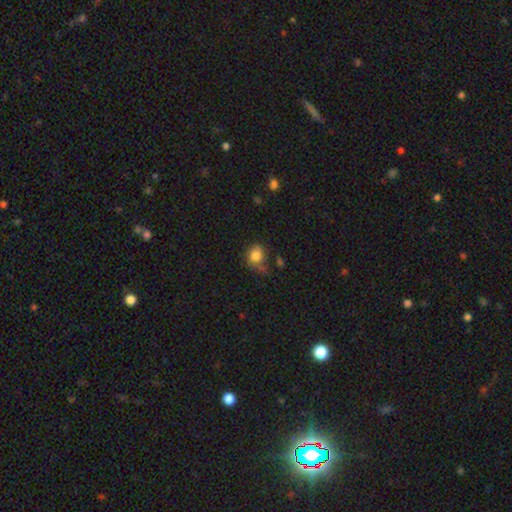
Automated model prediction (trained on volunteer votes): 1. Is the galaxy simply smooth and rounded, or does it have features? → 81% smooth, 10% star or artifact, 10% featured or disk.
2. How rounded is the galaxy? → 62% round, 37% in between, 1% cigar-shaped.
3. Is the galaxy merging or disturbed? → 46% none, 30% minor disturbance, 18% major disturbance, 7% merger.